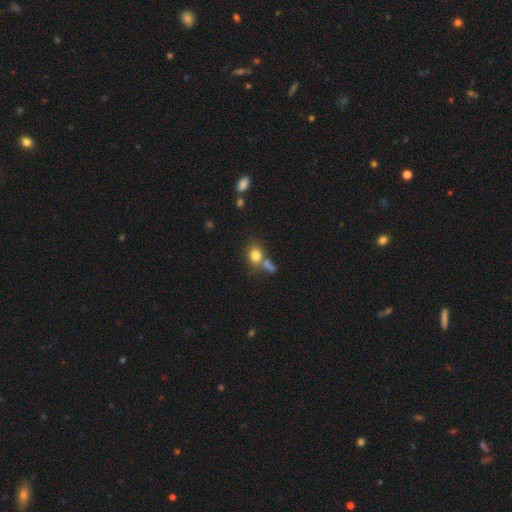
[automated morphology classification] Smooth or featured? smooth (80%)
How rounded? round (53%)
Merging? none (51%)